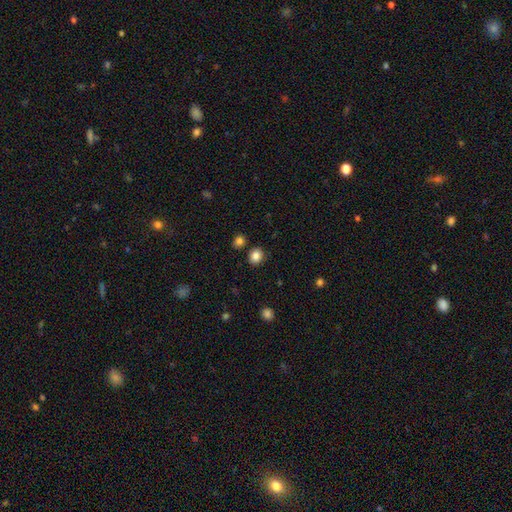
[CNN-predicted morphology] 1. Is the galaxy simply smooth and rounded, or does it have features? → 85% smooth, 11% star or artifact, 5% featured or disk.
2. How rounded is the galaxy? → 70% round, 29% in between, 1% cigar-shaped.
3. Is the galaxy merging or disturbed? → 84% none, 8% minor disturbance, 5% merger, 2% major disturbance.